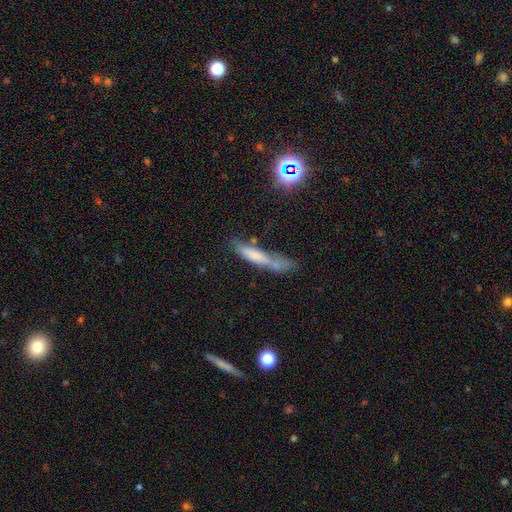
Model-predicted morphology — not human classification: Smooth or featured? smooth (60%)
How rounded? cigar-shaped (84%)
Merging? none (42%)